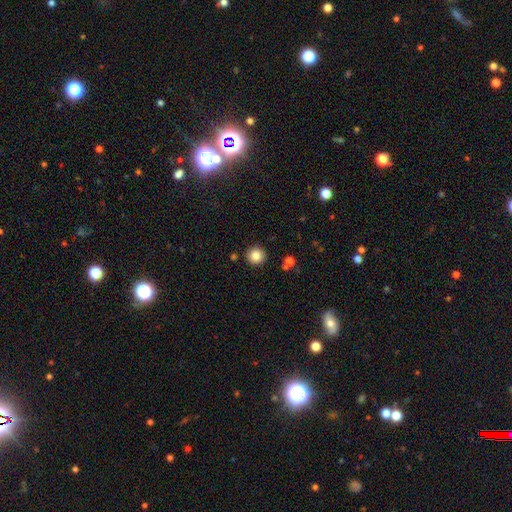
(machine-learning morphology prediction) Q: Smooth or featured?
A: smooth (85%); runner-up: star or artifact (10%)
Q: How rounded?
A: round (95%); runner-up: in between (4%)
Q: Merging?
A: none (91%); runner-up: minor disturbance (5%)